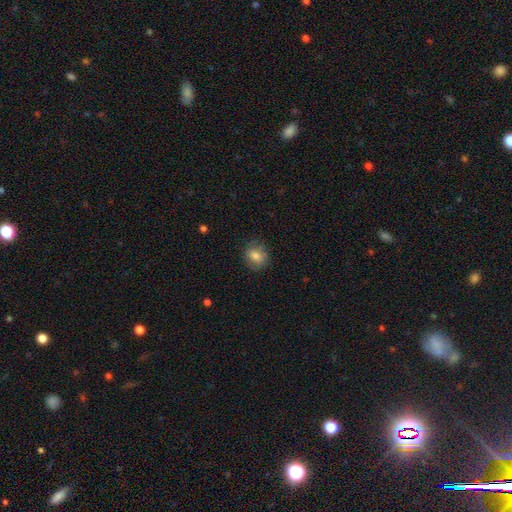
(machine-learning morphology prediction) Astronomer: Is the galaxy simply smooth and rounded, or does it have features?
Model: smooth — 80%.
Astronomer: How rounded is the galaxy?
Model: round — 60% (runner-up: in between, 39%).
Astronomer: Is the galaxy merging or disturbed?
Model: none — 79%.